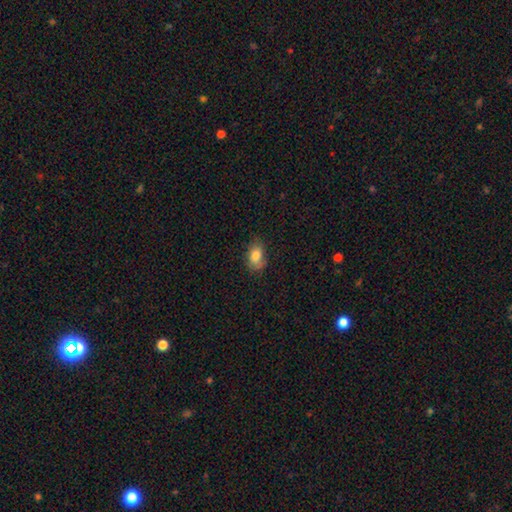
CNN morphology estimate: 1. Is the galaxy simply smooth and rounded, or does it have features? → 81% smooth, 11% featured or disk, 8% star or artifact.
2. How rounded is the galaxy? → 85% in between, 13% round, 2% cigar-shaped.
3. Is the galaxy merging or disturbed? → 68% none, 25% minor disturbance, 6% major disturbance, 1% merger.